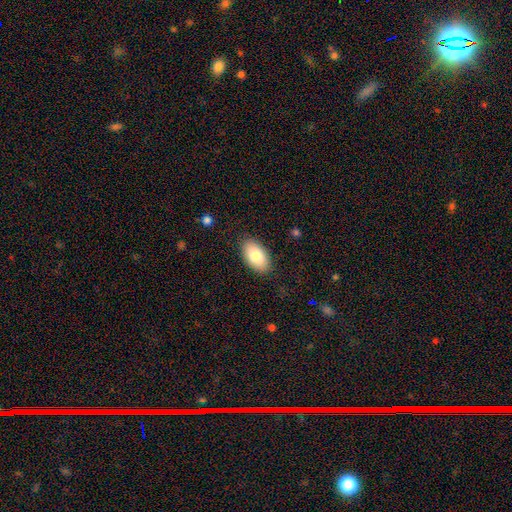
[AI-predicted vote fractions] smooth_or_featured: smooth (p=0.81) [alt: featured or disk p=0.13]
how_rounded: in between (p=0.95) [alt: round p=0.04]
merging: none (p=0.87) [alt: minor disturbance p=0.10]